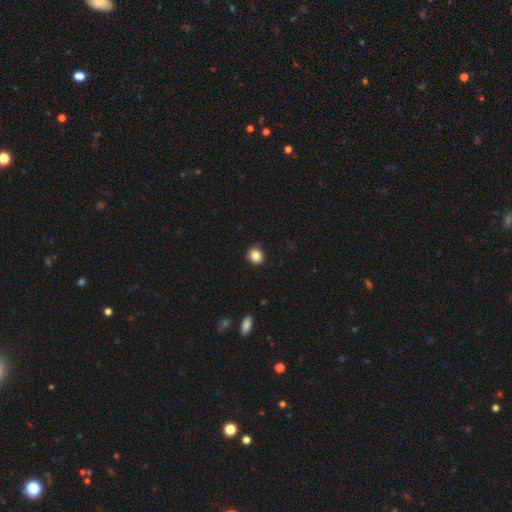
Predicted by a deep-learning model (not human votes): Overall: smooth (85%). How rounded: round (83%). Merging: none (86%).